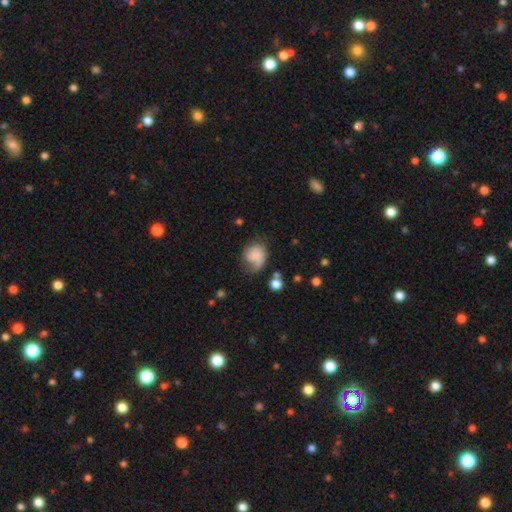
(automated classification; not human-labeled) smooth 68%, featured or disk 23%, star or artifact 10%. Down the decision tree: how rounded — in between (52%); merging — none (34%).